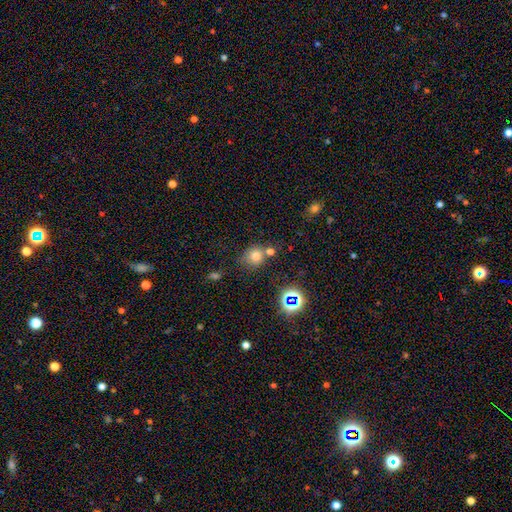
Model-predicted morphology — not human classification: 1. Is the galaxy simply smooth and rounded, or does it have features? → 73% smooth, 17% star or artifact, 9% featured or disk.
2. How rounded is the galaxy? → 77% round, 22% in between, 1% cigar-shaped.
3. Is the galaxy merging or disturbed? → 58% none, 23% merger, 14% minor disturbance, 5% major disturbance.